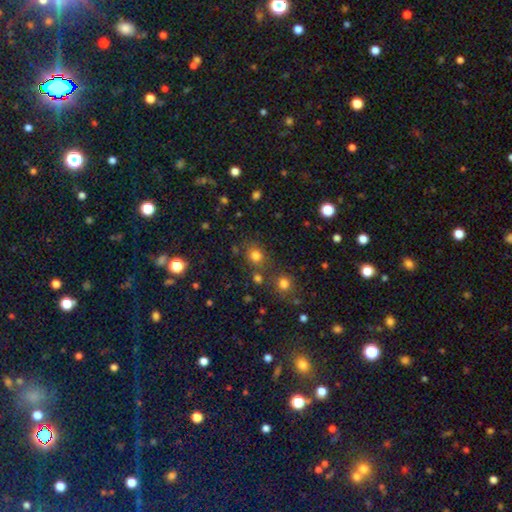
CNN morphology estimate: type=smooth (75%); roundness=round (74%); merging=none (70%).